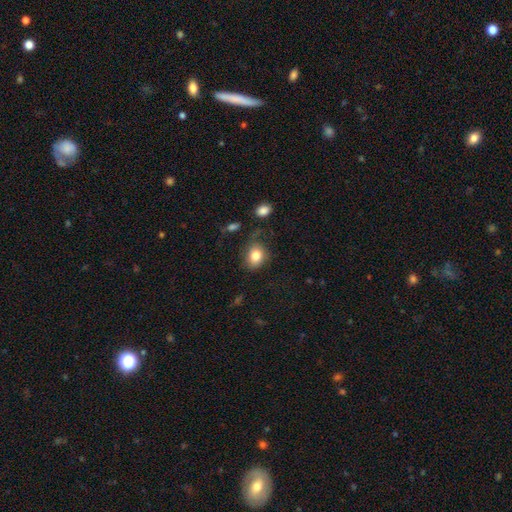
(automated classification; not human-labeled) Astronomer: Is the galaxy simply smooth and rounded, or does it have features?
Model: smooth — 82%.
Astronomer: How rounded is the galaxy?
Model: in between — 54% (runner-up: round, 45%).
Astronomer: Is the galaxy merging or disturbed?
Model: none — 64%.